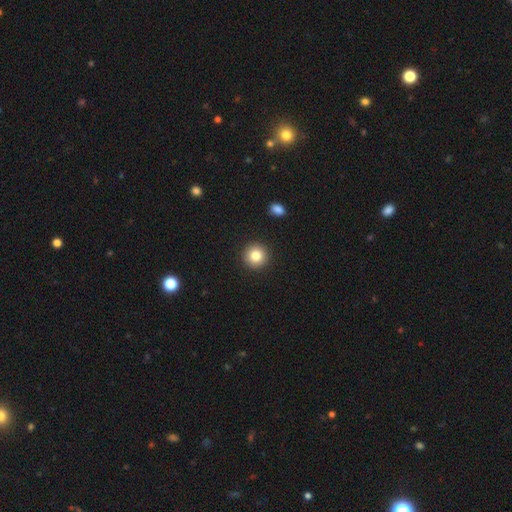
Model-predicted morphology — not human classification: A smooth galaxy with no disk features (83%) that is round (95%). Merging: none (92%).